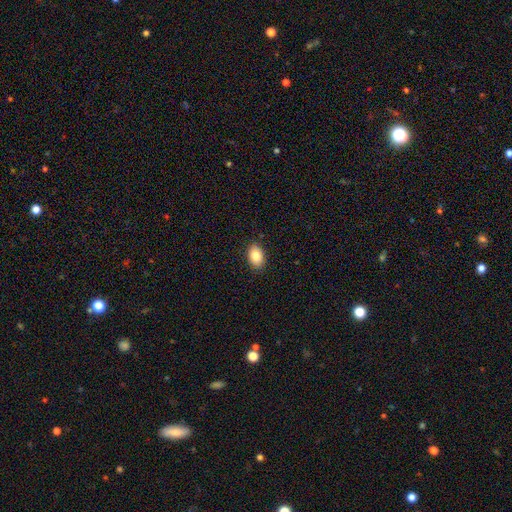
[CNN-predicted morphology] Overall: smooth (84%). How rounded: in between (88%). Merging: none (89%).